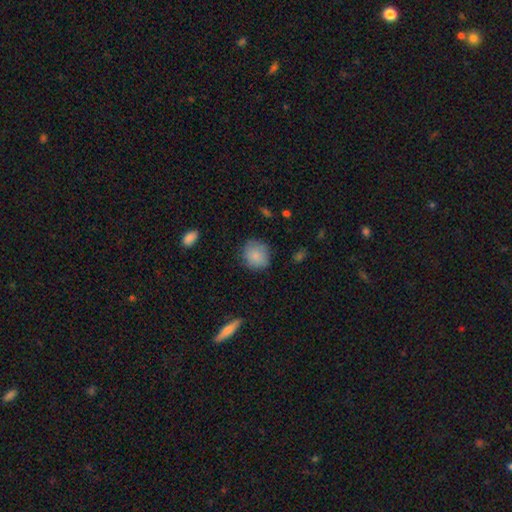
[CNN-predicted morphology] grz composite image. It shows a smooth galaxy with no disk features (85%) that is round (83%). Merging: none (79%).